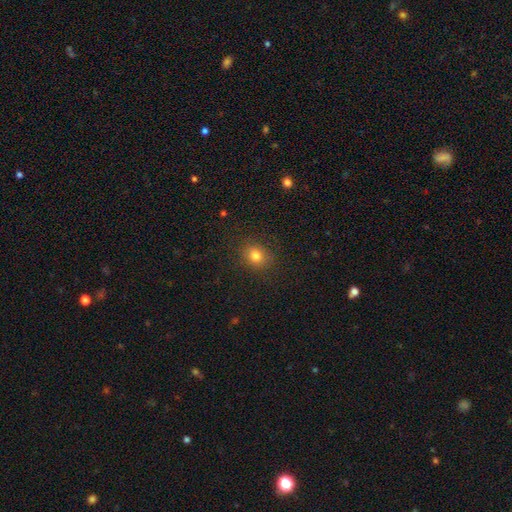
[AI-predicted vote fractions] The model was most divided on "how rounded": round: 65%, in between: 34%, cigar-shaped: 1%. More confident: merging — none (87%); smooth or featured — smooth (80%).